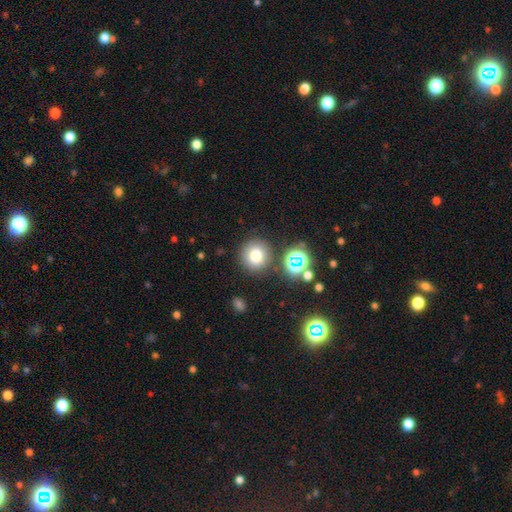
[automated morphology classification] smooth_or_featured: smooth (p=0.75) [alt: star or artifact p=0.16]
how_rounded: round (p=0.92) [alt: in between p=0.07]
merging: none (p=0.83) [alt: minor disturbance p=0.09]